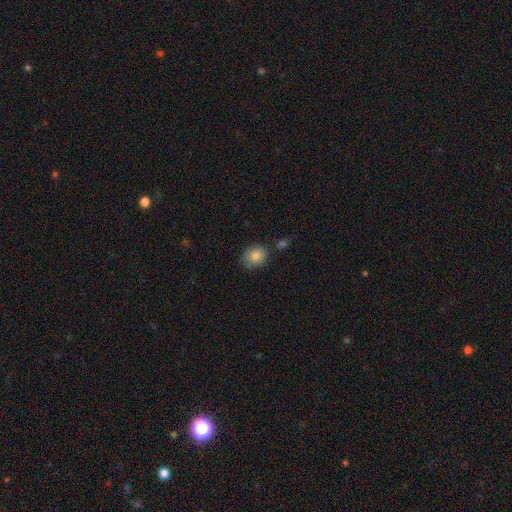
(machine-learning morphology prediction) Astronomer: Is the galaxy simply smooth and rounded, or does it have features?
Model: smooth — 84%.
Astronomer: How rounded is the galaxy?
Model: round — 58% (runner-up: in between, 41%).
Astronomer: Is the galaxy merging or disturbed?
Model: none — 71%.